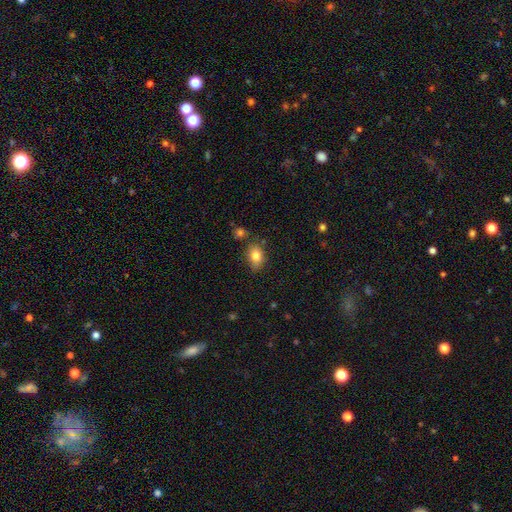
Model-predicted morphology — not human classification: Q: Smooth or featured?
A: smooth (82%); runner-up: featured or disk (9%)
Q: How rounded?
A: in between (82%); runner-up: round (16%)
Q: Merging?
A: none (74%); runner-up: minor disturbance (17%)